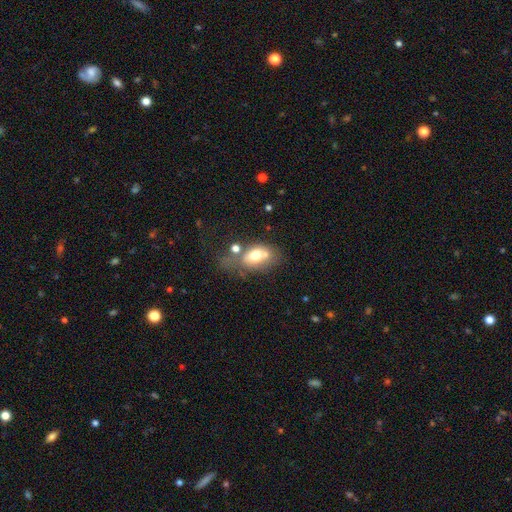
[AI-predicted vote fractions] A smooth galaxy with no disk features (62%) that is in between round and cigar-shaped (79%).

Vote fractions:
- Smooth or featured? smooth: 62% / featured or disk: 29% / star or artifact: 10%
- How rounded? in between: 79% / round: 19% / cigar-shaped: 2%
- Merging? merger: 32% (tied) / none: 32% (tied) / minor disturbance: 19% / major disturbance: 17%